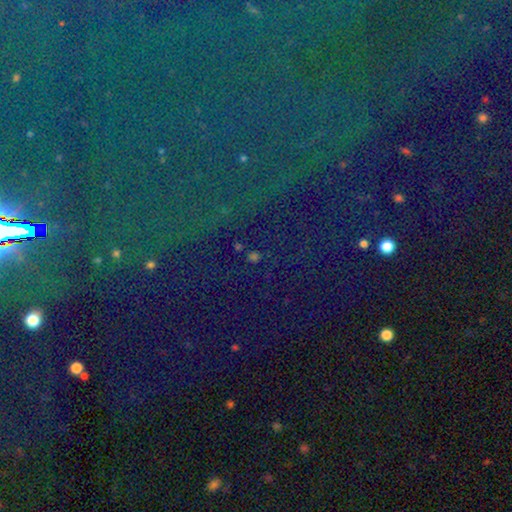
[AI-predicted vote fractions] smooth_or_featured: star or artifact (p=0.86) [alt: smooth p=0.07]